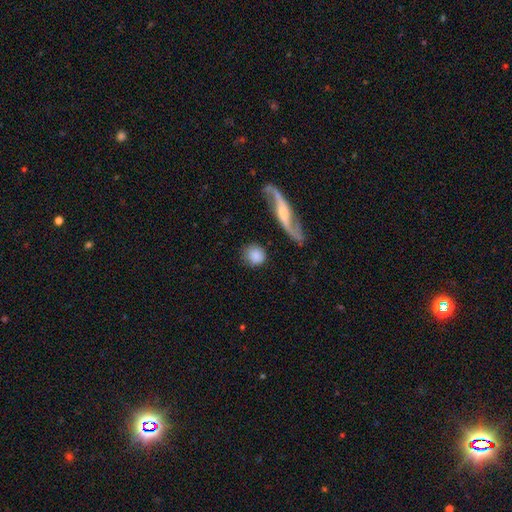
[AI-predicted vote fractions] A smooth galaxy with no disk features (77%) that is round (80%).

Vote fractions:
- Smooth or featured? smooth: 77% / featured or disk: 16% / star or artifact: 7%
- How rounded? round: 80% / in between: 16% / cigar-shaped: 4%
- Merging? none: 72% / minor disturbance: 14% / major disturbance: 7% / merger: 7%